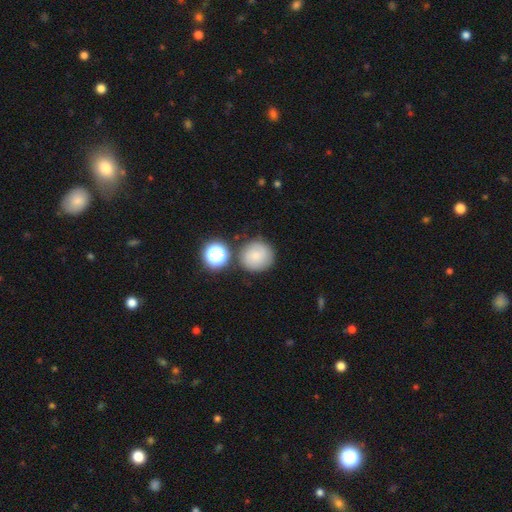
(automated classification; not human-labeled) Smooth or featured? smooth (70%)
How rounded? round (91%)
Merging? none (76%)